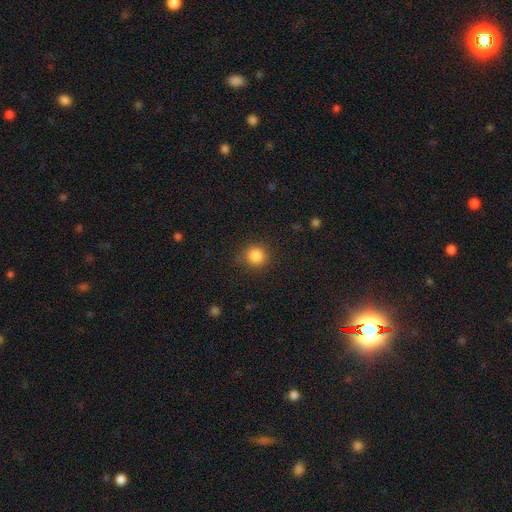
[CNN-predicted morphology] The model was most divided on "smooth or featured": smooth: 85%, star or artifact: 11%, featured or disk: 4%. More confident: how rounded — round (91%); merging — none (85%).